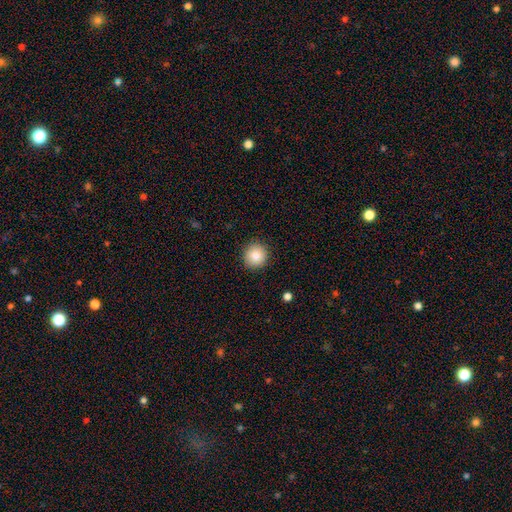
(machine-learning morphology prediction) Overall: smooth (85%). How rounded: round (93%). Merging: none (91%).